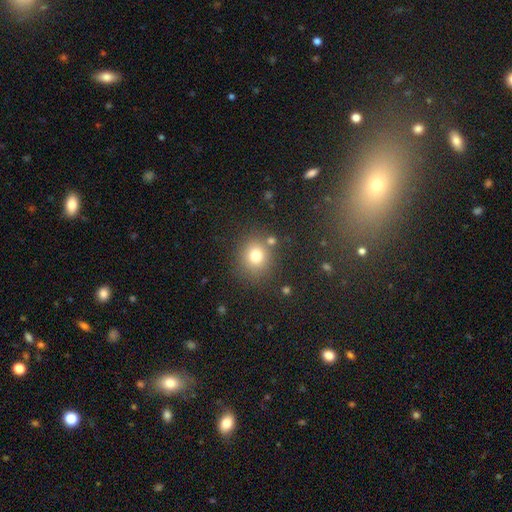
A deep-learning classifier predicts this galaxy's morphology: This is likely a smooth galaxy (76%). How rounded: clearly round (83%). Merging: likely none (77%).